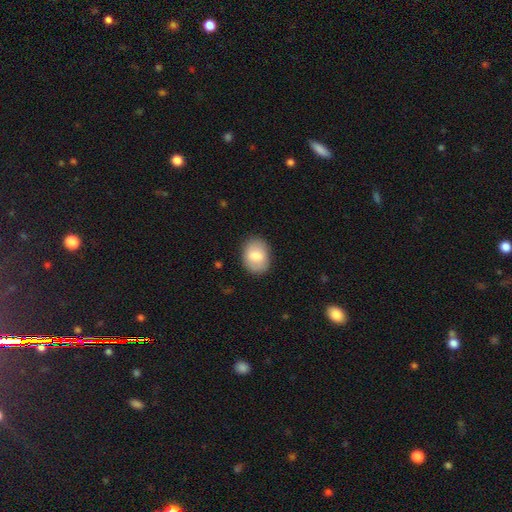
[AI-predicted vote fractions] The model was most divided on "how rounded": in between: 65%, round: 34%, cigar-shaped: 1%. More confident: merging — none (85%); smooth or featured — smooth (74%).